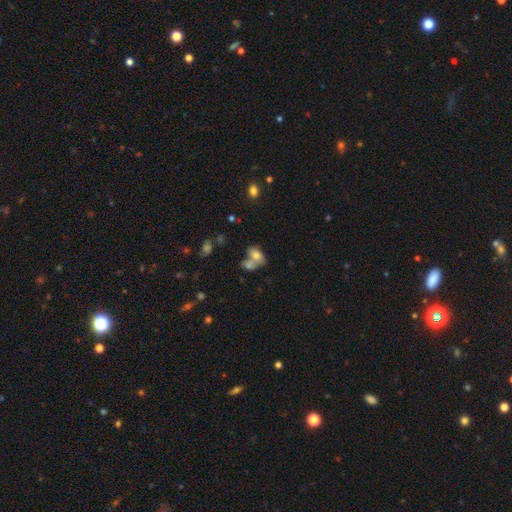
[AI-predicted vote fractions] Morphology: type=smooth (71%); roundness=in between (84%); merging=merger (53%).